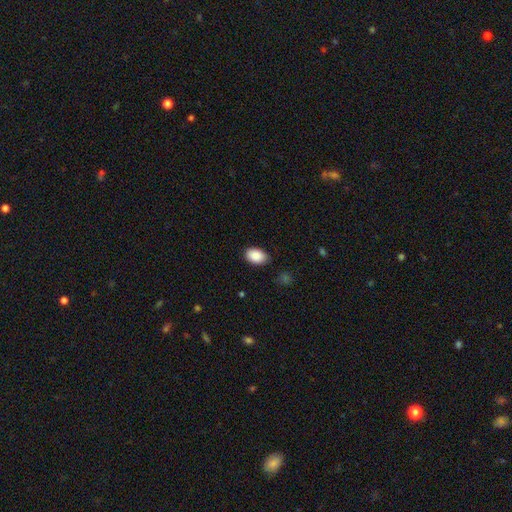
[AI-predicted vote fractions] smooth-or-featured: smooth: 89% | star or artifact: 7% | featured or disk: 4%
  how-rounded: in between: 89% | round: 10% | cigar-shaped: 1%
  merging: none: 84% | minor disturbance: 12% | major disturbance: 2% | merger: 1%